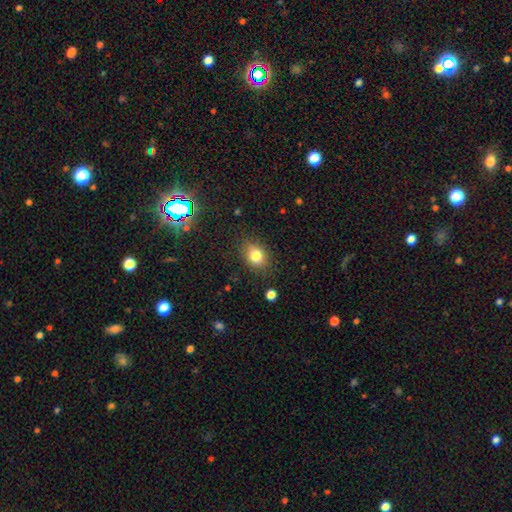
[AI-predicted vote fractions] Smooth or featured? Predicted: smooth (p=0.79). How rounded? Predicted: in between (p=0.54). Merging? Predicted: none (p=0.82).